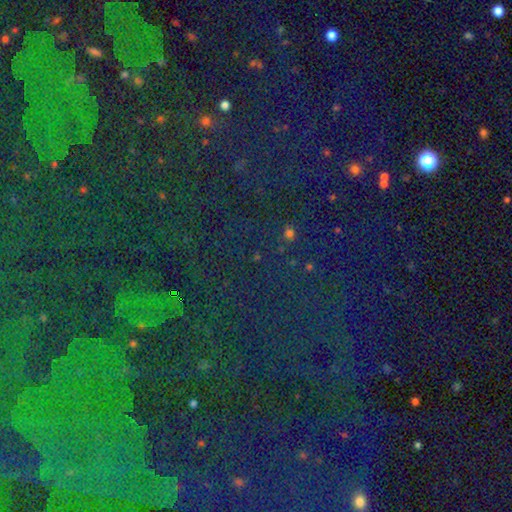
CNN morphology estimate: smooth-or-featured: star or artifact: 80% | smooth: 12% | featured or disk: 8%